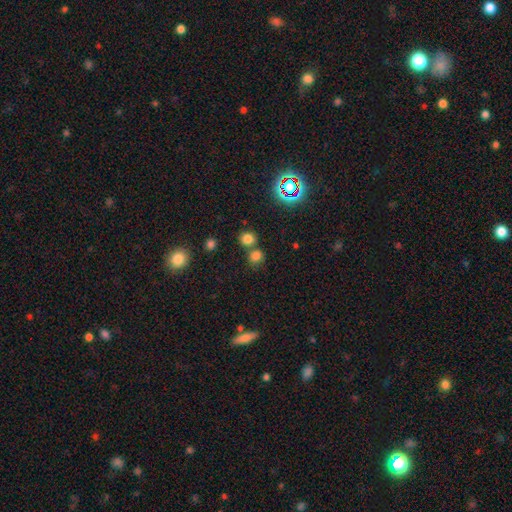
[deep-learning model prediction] Overall: smooth (72%). How rounded: round (78%). Merging: none (60%; merger 28%).